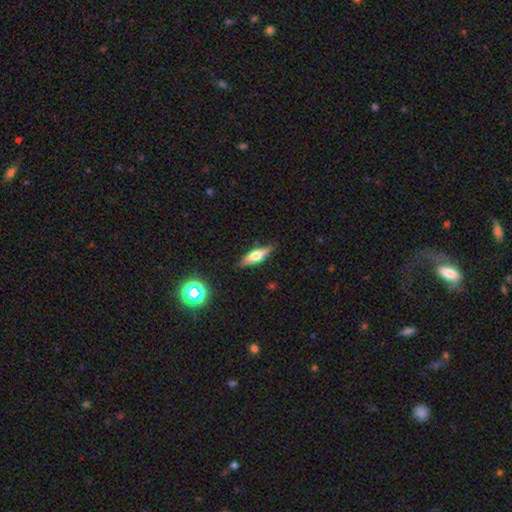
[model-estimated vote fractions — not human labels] smooth_or_featured: featured or disk (p=0.52) [alt: smooth p=0.40]
disk_edge_on: yes (p=0.93) [alt: no p=0.07]
merging: none (p=0.86) [alt: minor disturbance p=0.10]